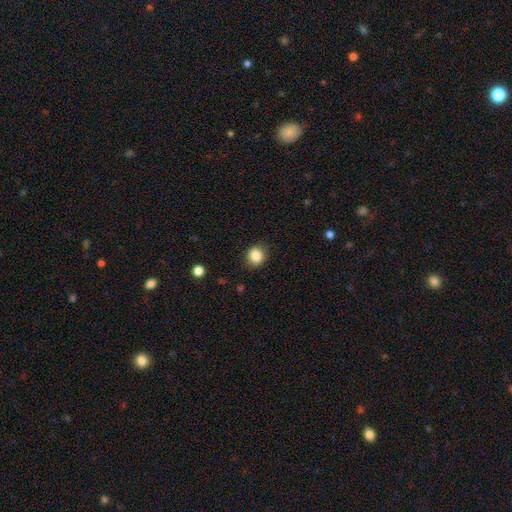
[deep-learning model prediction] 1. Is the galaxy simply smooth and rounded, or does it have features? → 85% smooth, 10% star or artifact, 5% featured or disk.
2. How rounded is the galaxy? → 80% round, 19% in between, 1% cigar-shaped.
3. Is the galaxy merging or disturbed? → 87% none, 9% minor disturbance, 3% major disturbance, 1% merger.